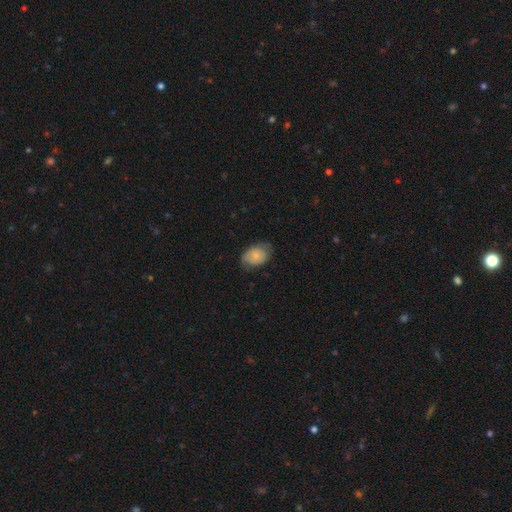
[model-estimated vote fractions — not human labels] Morphology: type=smooth (72%); roundness=in between (80%); merging=none (64%).